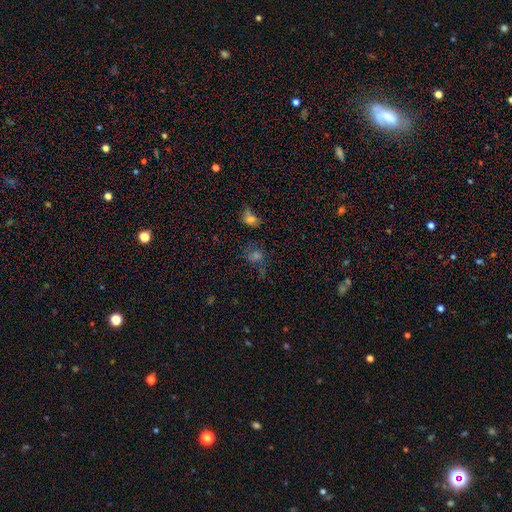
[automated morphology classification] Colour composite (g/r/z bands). It shows a smooth galaxy with no disk features (41%). Merging: none (55%).